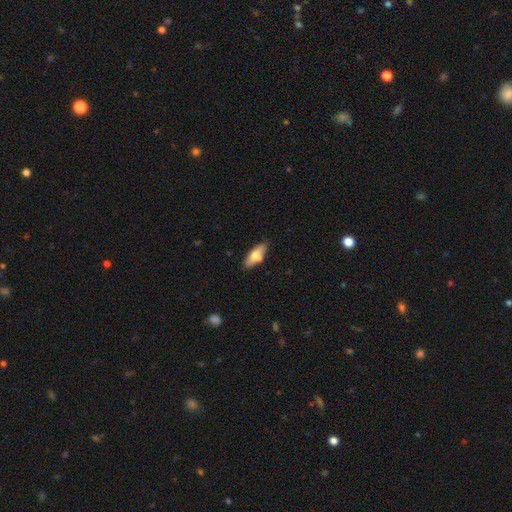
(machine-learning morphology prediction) Q: Smooth or featured?
A: smooth (71%); runner-up: featured or disk (22%)
Q: How rounded?
A: in between (69%); runner-up: cigar-shaped (28%)
Q: Merging?
A: none (71%); runner-up: minor disturbance (17%)